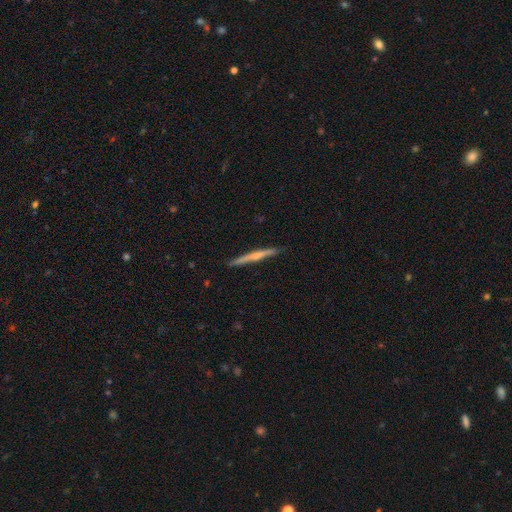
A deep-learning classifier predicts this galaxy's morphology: Smooth or featured?
  - featured or disk: 61% *
  - smooth: 34%
  - star or artifact: 6%
Edge-on disk?
  - yes: 98% *
  - no: 2%
Edge-on bulge?
  - rounded: 60% *
  - none: 33%
  - boxy: 7%
Merging?
  - none: 89% *
  - minor disturbance: 8%
  - major disturbance: 1%
  - merger: 1%